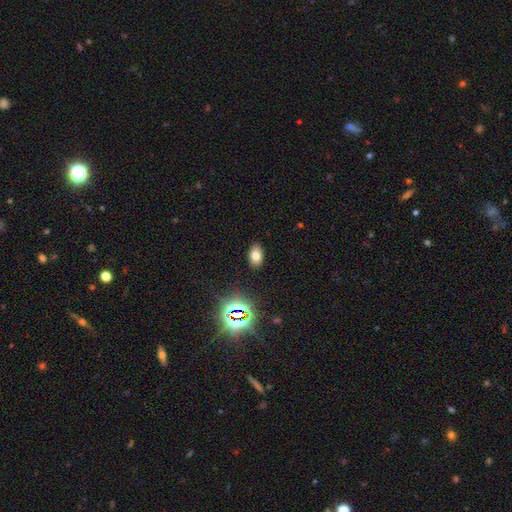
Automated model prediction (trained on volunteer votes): The model was most divided on "smooth or featured": smooth: 72%, star or artifact: 17%, featured or disk: 11%. More confident: how rounded — in between (89%); merging — none (88%).